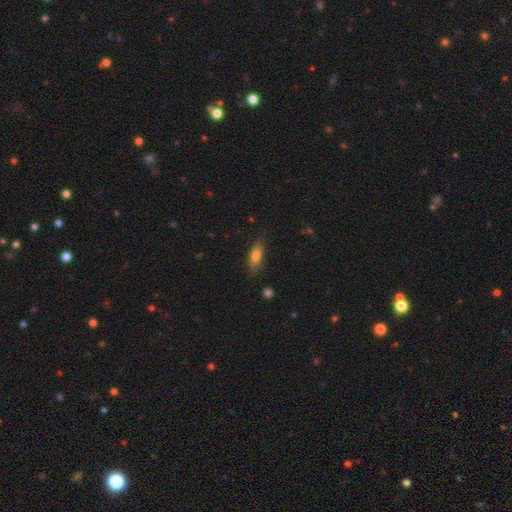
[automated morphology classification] type=smooth (78%); roundness=in between (74%); merging=none (76%).